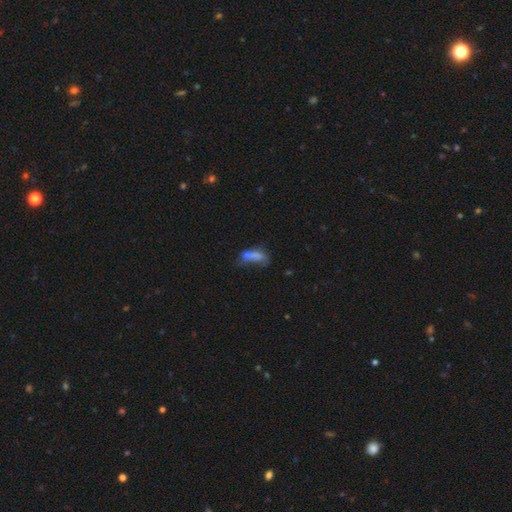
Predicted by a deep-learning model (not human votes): A smooth galaxy with no disk features (59%) that is in between round and cigar-shaped (64%).

Vote fractions:
- Smooth or featured? smooth: 59% / featured or disk: 23% / star or artifact: 17%
- How rounded? in between: 64% / cigar-shaped: 28% / round: 8%
- Merging? merger: 44% / none: 25% / major disturbance: 17% / minor disturbance: 14%